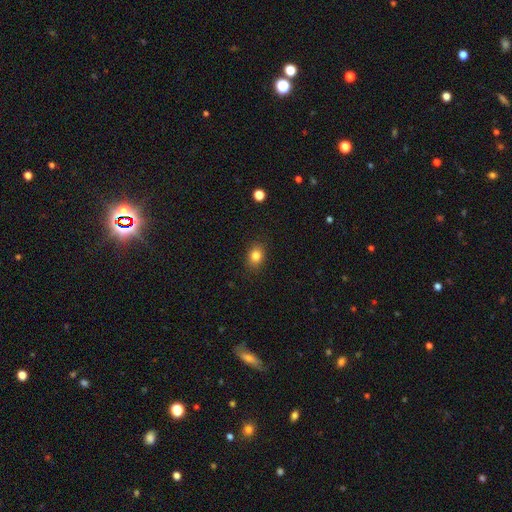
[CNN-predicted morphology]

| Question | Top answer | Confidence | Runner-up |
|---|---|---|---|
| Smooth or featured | smooth | 83% | star or artifact (11%) |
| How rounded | in between | 55% | round (44%) |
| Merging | none | 88% | minor disturbance (9%) |